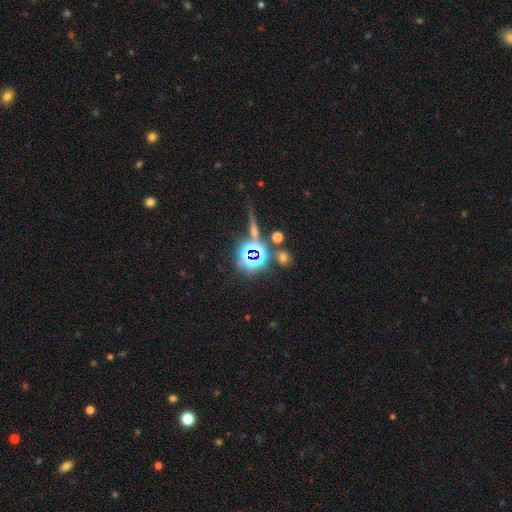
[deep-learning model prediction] star or artifact 78%, smooth 13%, featured or disk 9%.